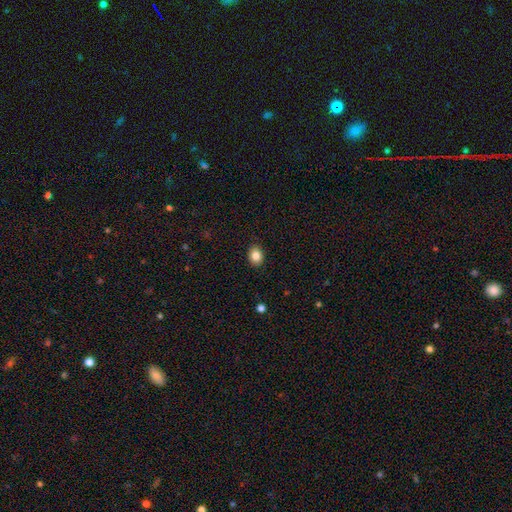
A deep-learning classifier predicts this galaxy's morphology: This appears to be a smooth galaxy with no disk features (84%) that is in between round and cigar-shaped (60%). Merging: none (89%).